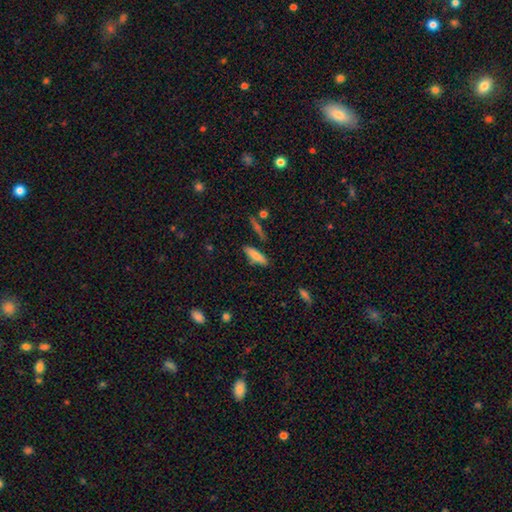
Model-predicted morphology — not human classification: The model was most divided on "how rounded": cigar-shaped: 60%, in between: 38%, round: 2%. More confident: merging — none (80%); smooth or featured — smooth (76%).